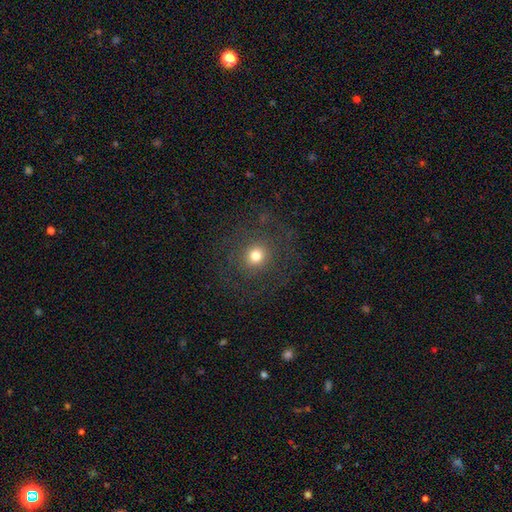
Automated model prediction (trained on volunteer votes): Q: Smooth or featured?
A: smooth (69%); runner-up: star or artifact (17%)
Q: How rounded?
A: round (87%); runner-up: in between (12%)
Q: Merging?
A: none (79%); runner-up: minor disturbance (11%)